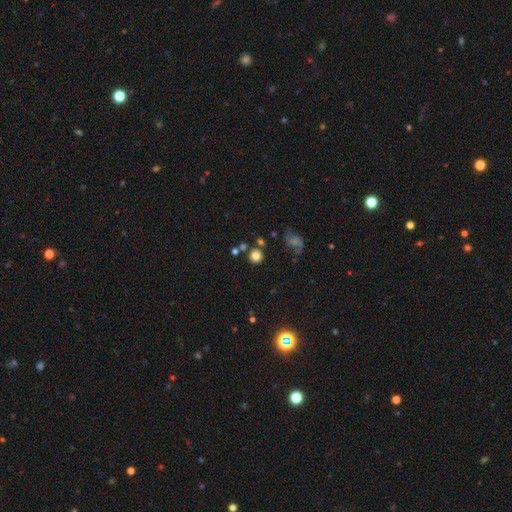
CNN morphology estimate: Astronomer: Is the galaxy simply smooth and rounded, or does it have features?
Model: smooth — 77%.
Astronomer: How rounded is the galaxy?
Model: round — 91%.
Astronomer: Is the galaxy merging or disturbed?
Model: none — 77%.